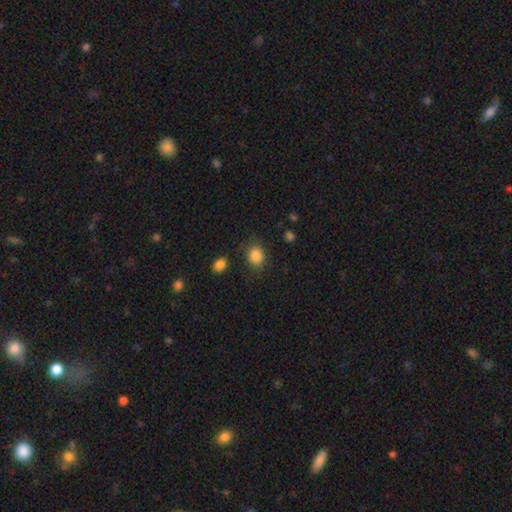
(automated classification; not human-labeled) This is clearly a smooth galaxy (85%). How rounded: likely round (61%). Merging: likely none (80%).